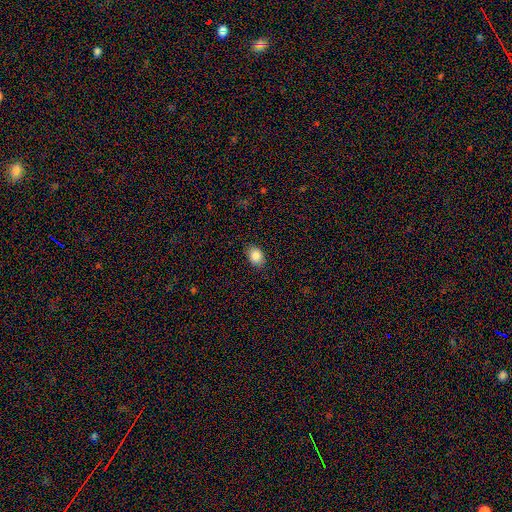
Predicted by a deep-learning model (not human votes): This appears to be a smooth galaxy with no disk features (87%) that is in between round and cigar-shaped (69%). Merging: none (87%).